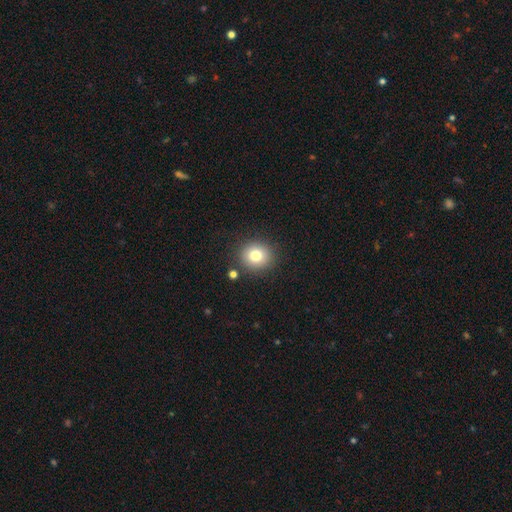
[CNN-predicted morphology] Q: Smooth or featured?
A: smooth (79%); runner-up: star or artifact (12%)
Q: How rounded?
A: round (85%); runner-up: in between (14%)
Q: Merging?
A: none (86%); runner-up: minor disturbance (8%)